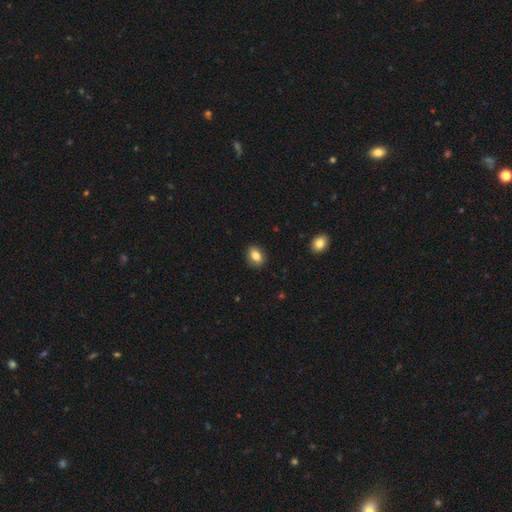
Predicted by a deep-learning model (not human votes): smooth_or_featured: smooth (p=0.84) [alt: star or artifact p=0.08]
how_rounded: in between (p=0.70) [alt: round p=0.29]
merging: none (p=0.89) [alt: minor disturbance p=0.08]